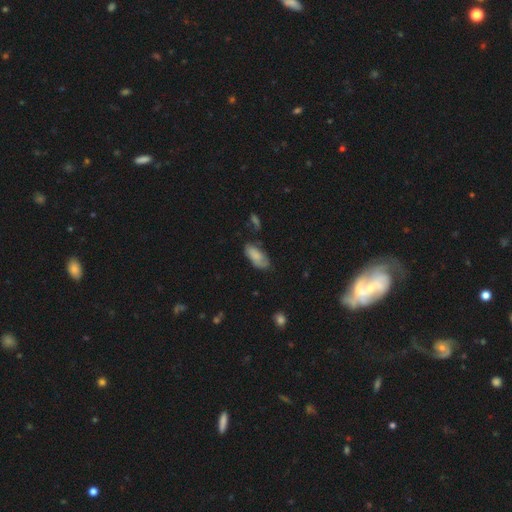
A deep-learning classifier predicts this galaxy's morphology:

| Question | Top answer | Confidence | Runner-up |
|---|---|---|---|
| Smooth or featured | smooth | 78% | featured or disk (15%) |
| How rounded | in between | 89% | cigar-shaped (9%) |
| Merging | none | 60% | minor disturbance (28%) |